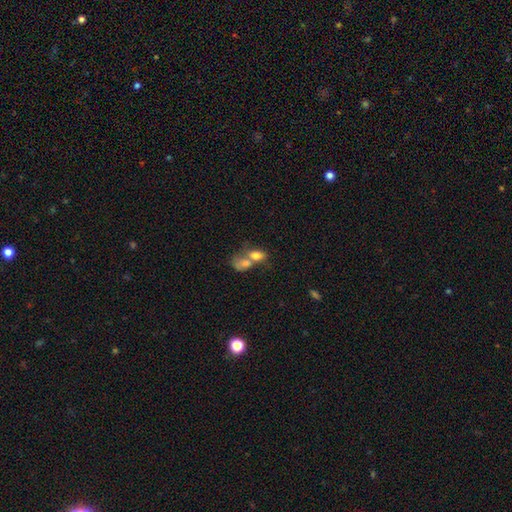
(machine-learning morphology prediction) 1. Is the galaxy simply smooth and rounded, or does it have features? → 76% smooth, 15% featured or disk, 9% star or artifact.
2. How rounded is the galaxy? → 80% in between, 17% round, 3% cigar-shaped.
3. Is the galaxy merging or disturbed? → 67% merger, 19% none, 8% minor disturbance, 6% major disturbance.